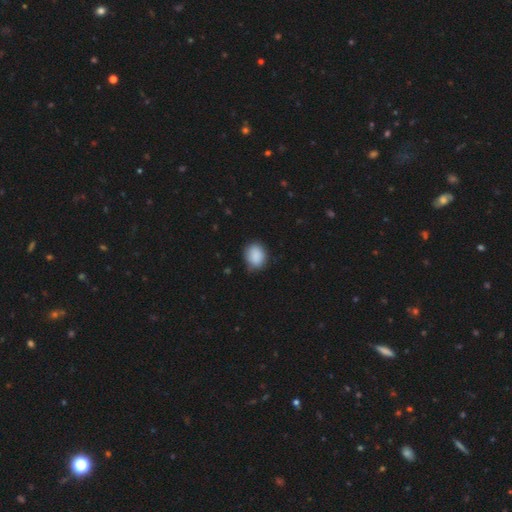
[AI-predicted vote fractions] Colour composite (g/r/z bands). It shows a smooth galaxy with no disk features (88%) that is in between round and cigar-shaped (51%). Merging: none (77%).